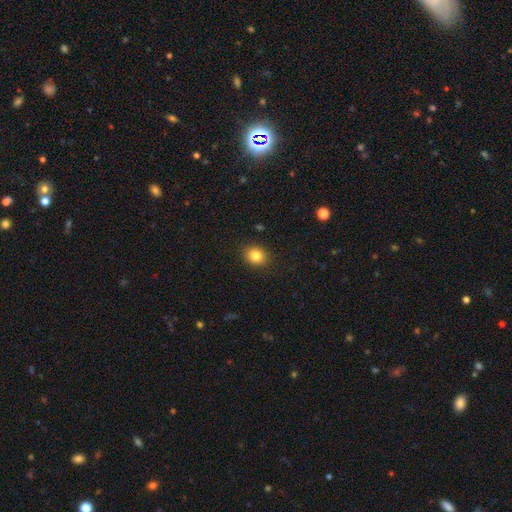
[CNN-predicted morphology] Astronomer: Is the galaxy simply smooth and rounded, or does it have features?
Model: smooth — 84%.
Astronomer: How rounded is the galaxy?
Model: round — 71%.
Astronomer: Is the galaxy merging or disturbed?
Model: none — 89%.